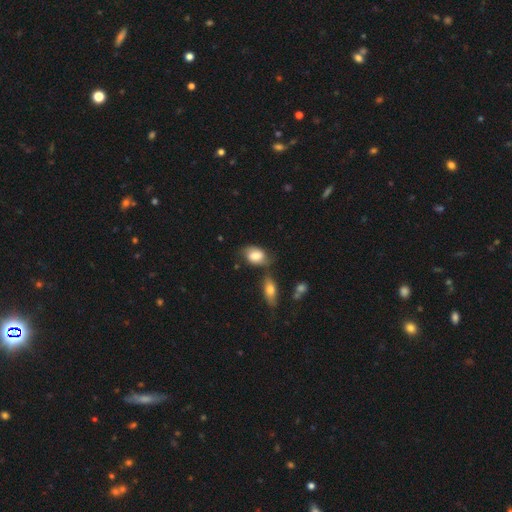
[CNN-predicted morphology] smooth_or_featured: smooth (p=0.69) [alt: featured or disk p=0.23]
how_rounded: in between (p=0.84) [alt: round p=0.14]
merging: none (p=0.54) [alt: minor disturbance p=0.24]